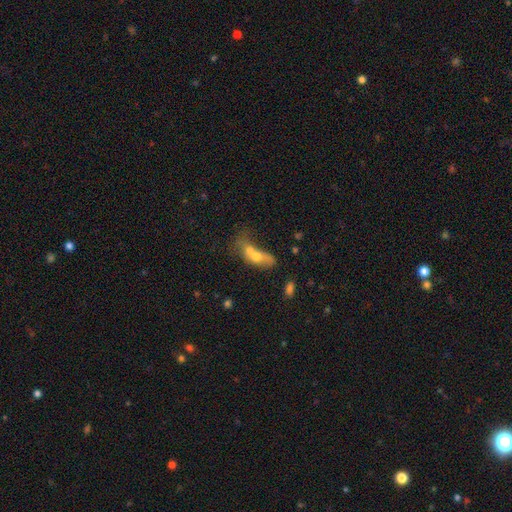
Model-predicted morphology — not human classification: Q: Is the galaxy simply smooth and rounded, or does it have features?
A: smooth — 58%.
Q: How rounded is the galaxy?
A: in between — 64%.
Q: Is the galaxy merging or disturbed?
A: merger — 68%.